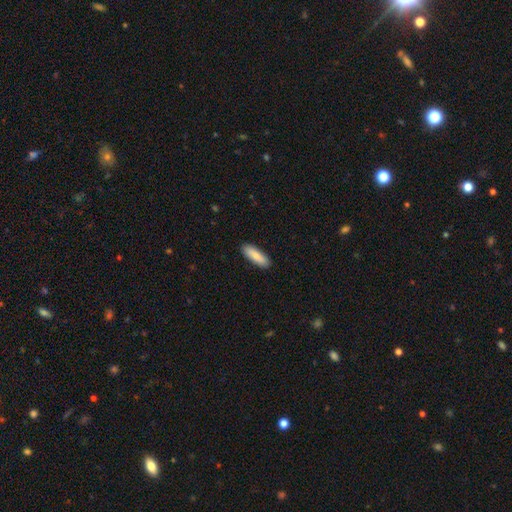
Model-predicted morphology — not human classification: This is clearly a smooth galaxy (85%). How rounded: possibly in between (49%, tied with cigar-shaped). Merging: clearly none (90%).